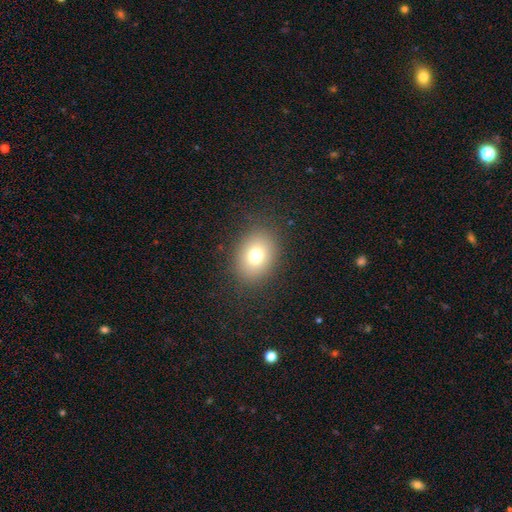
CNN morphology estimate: This is likely a smooth galaxy (76%). How rounded: possibly in between (58%). Merging: clearly none (86%).